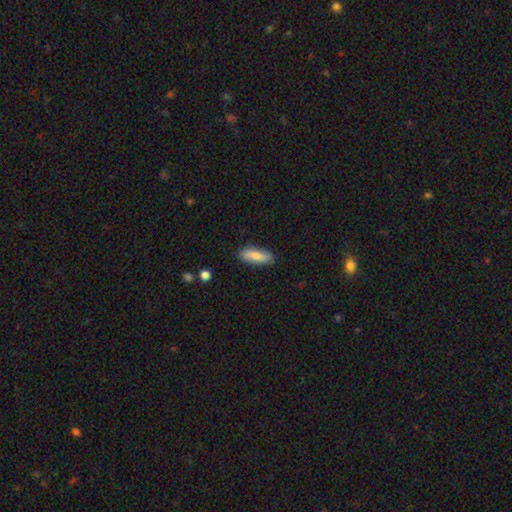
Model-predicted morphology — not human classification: The model was most divided on "how rounded": in between: 64%, cigar-shaped: 34%, round: 2%. More confident: merging — none (84%); smooth or featured — smooth (76%).